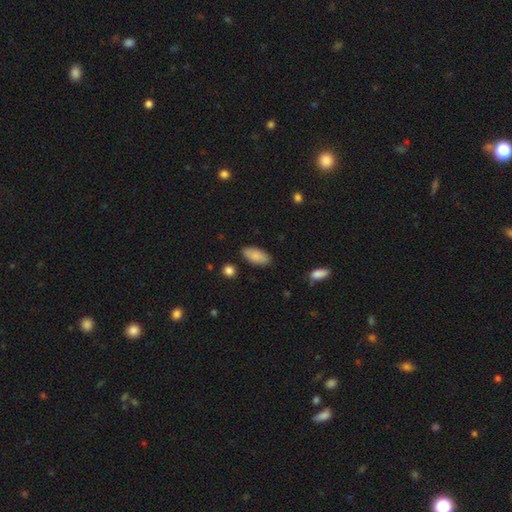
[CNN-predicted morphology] Smooth or featured?
  - smooth: 85% *
  - featured or disk: 9%
  - star or artifact: 6%
How rounded?
  - in between: 90% *
  - cigar-shaped: 8%
  - round: 2%
Merging?
  - none: 85% *
  - minor disturbance: 11%
  - major disturbance: 2%
  - merger: 2%